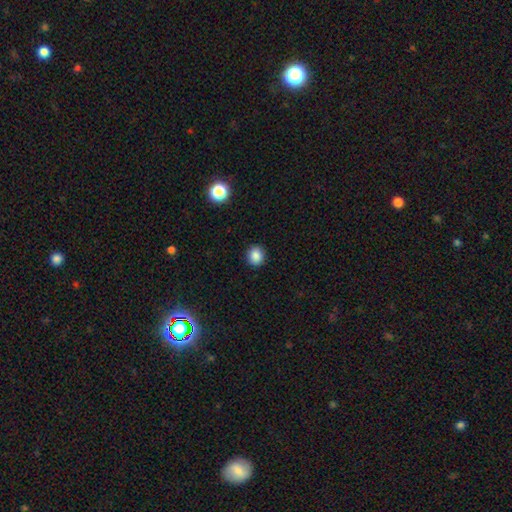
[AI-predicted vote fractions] The model was most divided on "how rounded": round: 82%, in between: 17%, cigar-shaped: 1%. More confident: merging — none (91%); smooth or featured — smooth (86%).